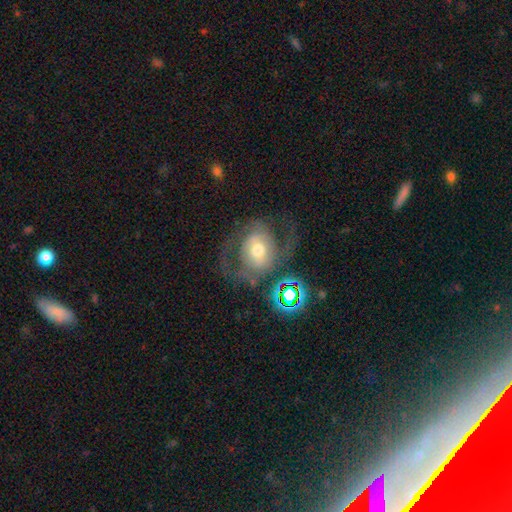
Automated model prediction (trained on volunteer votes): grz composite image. It shows a featured or disk galaxy (76%) with no bar (51%), 2 (68%) medium (46%) spiral arms (84%) and a moderate central bulge (58%). Merging: none (61%).